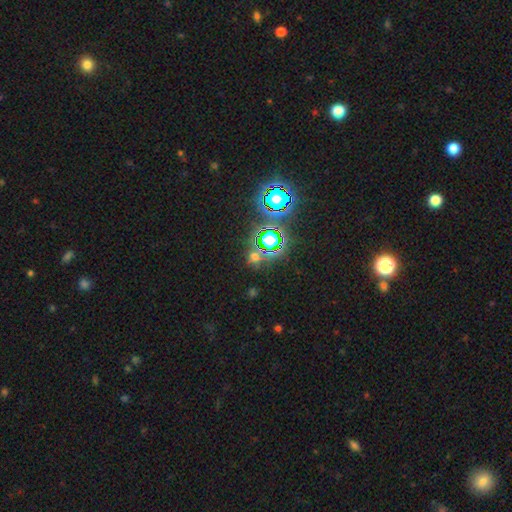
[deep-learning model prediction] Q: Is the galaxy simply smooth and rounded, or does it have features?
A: star or artifact — 71%.